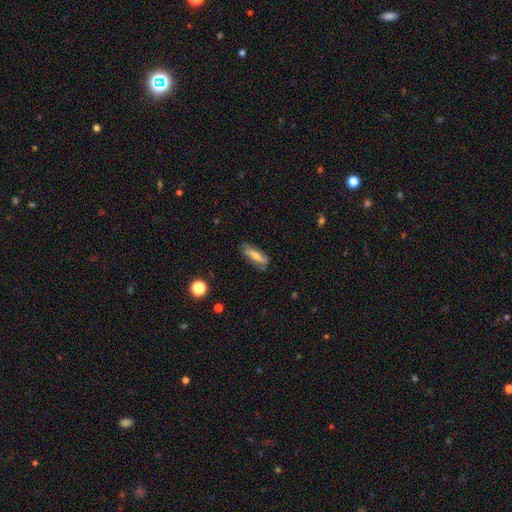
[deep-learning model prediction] A smooth galaxy with no disk features (67%) that is cigar-shaped (61%). Merging: none (78%).